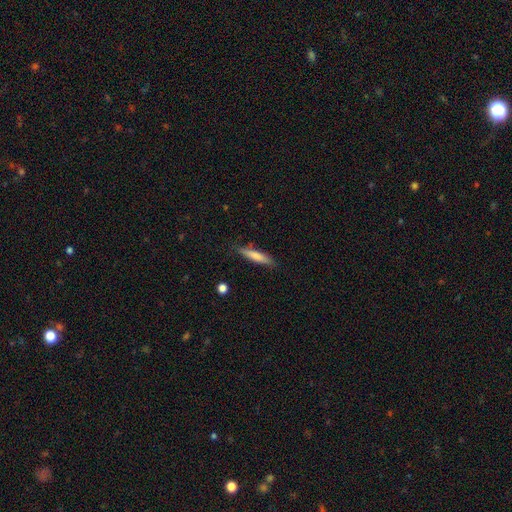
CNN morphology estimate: Overall: smooth (76%). How rounded: cigar-shaped (85%). Merging: none (82%).